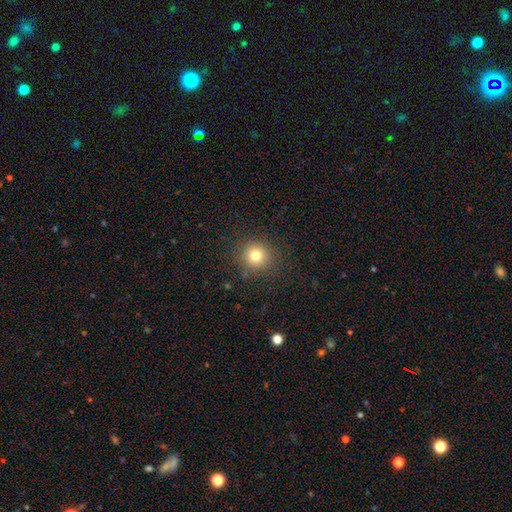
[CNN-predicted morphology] This is likely a smooth galaxy (79%). How rounded: clearly round (92%). Merging: clearly none (87%).